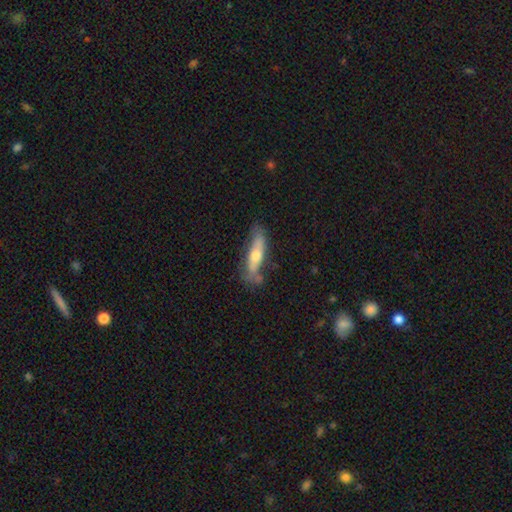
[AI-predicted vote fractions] A smooth galaxy with no disk features (51%) that is cigar-shaped (63%). Merging: none (58%).